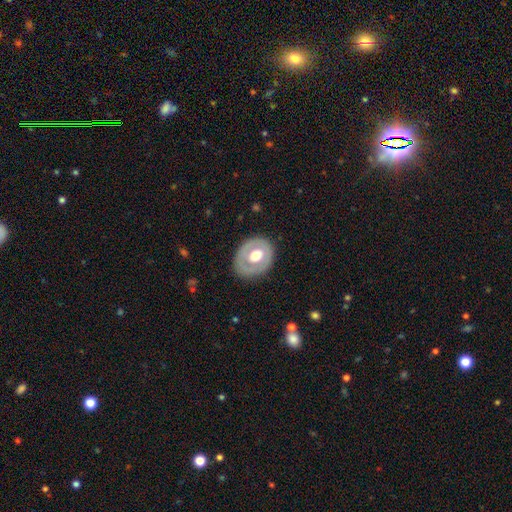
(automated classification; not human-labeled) Smooth or featured: featured or disk — 51% (smooth — 44%)
Edge-on disk: no — 93% (yes — 7%)
Merging: none — 80% (minor disturbance — 14%)